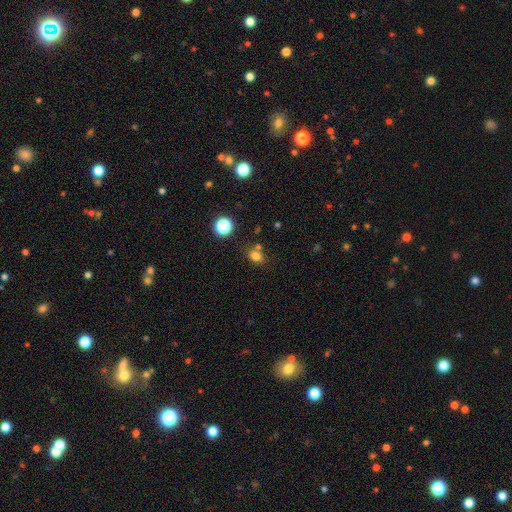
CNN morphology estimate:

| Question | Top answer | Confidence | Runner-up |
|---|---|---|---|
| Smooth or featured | smooth | 77% | star or artifact (16%) |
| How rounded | in between | 57% | round (42%) |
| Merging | none | 66% | merger (17%) |